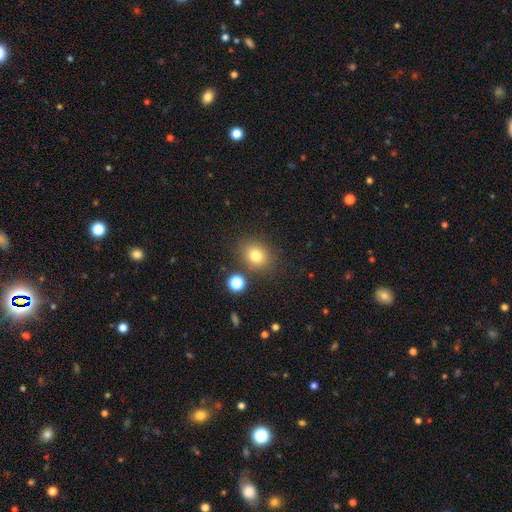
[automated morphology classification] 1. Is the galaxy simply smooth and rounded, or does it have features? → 78% smooth, 14% star or artifact, 8% featured or disk.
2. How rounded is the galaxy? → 63% round, 36% in between, 1% cigar-shaped.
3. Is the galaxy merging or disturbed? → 80% none, 10% minor disturbance, 6% merger, 4% major disturbance.